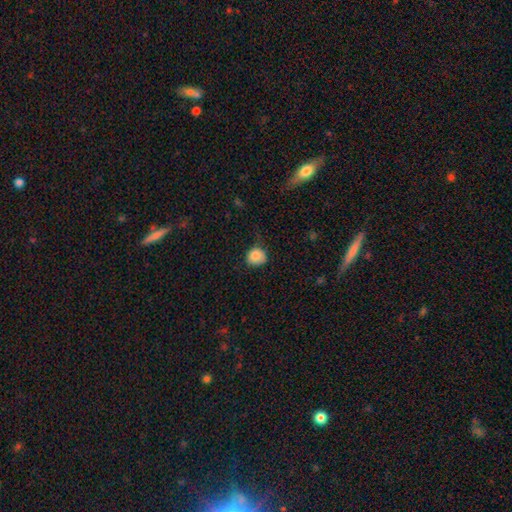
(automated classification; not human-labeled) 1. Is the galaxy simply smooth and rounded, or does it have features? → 85% smooth, 9% star or artifact, 6% featured or disk.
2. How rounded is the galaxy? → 79% round, 20% in between, 1% cigar-shaped.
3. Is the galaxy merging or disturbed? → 58% none, 32% minor disturbance, 8% major disturbance, 2% merger.